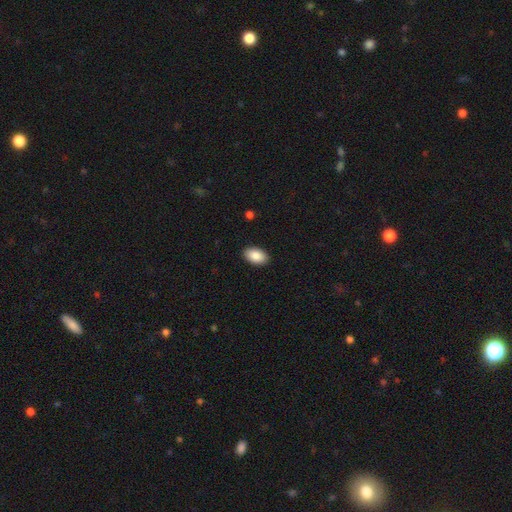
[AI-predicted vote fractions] This is clearly a smooth galaxy (89%). How rounded: clearly in between (91%). Merging: clearly none (90%).